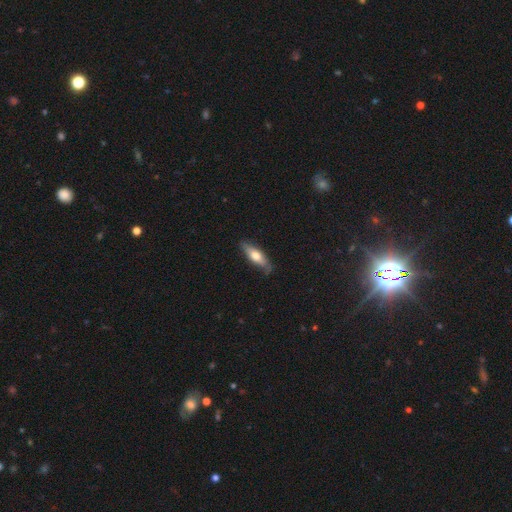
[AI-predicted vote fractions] smooth-or-featured: smooth: 57% | featured or disk: 37% | star or artifact: 5%
  how-rounded: cigar-shaped: 55% | in between: 43% | round: 2%
  merging: none: 78% | minor disturbance: 17% | major disturbance: 3% | merger: 1%